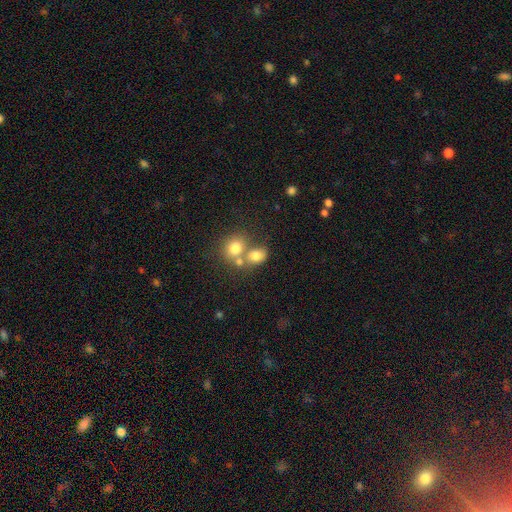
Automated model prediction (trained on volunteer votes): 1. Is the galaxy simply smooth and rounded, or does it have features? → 75% smooth, 13% star or artifact, 12% featured or disk.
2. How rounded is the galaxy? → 50% in between, 49% round, 1% cigar-shaped.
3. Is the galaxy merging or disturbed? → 46% merger, 39% none, 10% minor disturbance, 5% major disturbance.